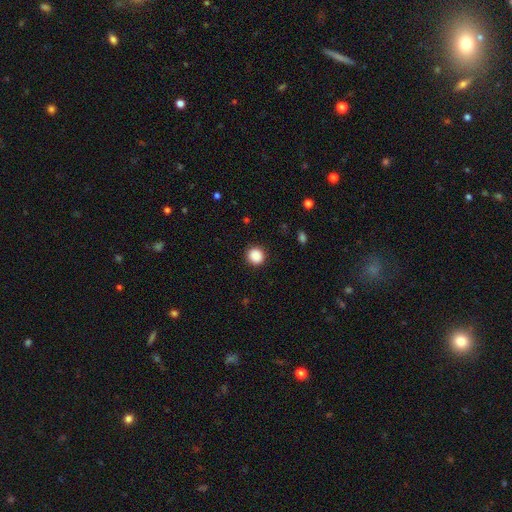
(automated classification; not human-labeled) Smooth or featured? Predicted: smooth (p=0.89). How rounded? Predicted: round (p=0.93). Merging? Predicted: none (p=0.91).